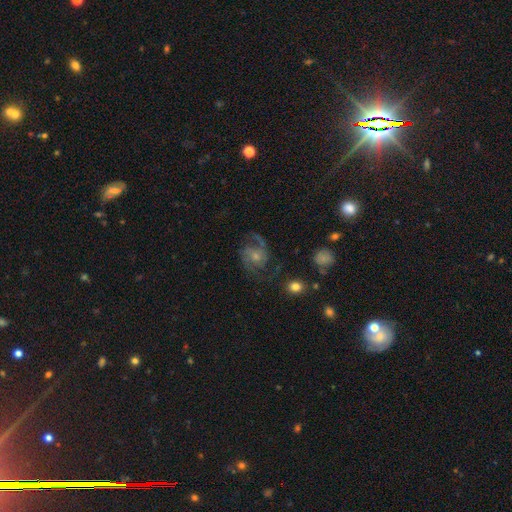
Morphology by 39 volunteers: This appears to be a featured or disk galaxy (87%) with no bar (50%), 2 (91%) medium (64%) spiral arms (97%) and a small central bulge (53%). Merging: none (47%).